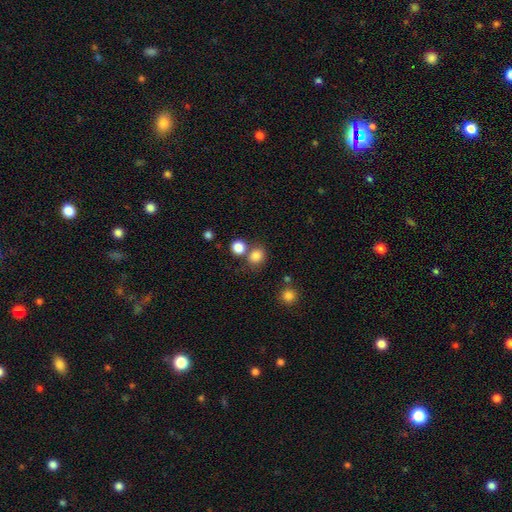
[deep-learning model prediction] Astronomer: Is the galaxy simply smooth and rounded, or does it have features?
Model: smooth — 82%.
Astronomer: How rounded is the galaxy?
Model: round — 69%.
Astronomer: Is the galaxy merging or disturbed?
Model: none — 63%.